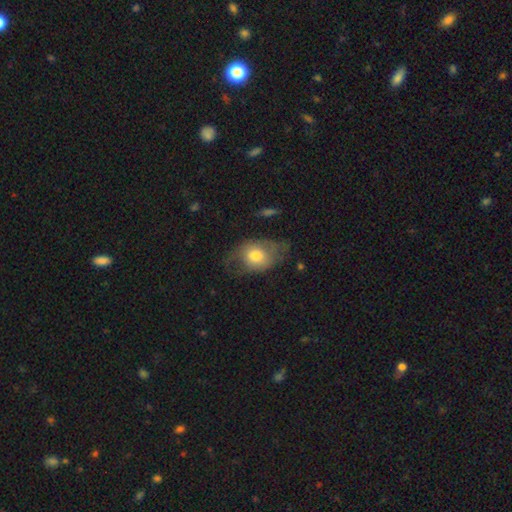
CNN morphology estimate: This appears to be a smooth galaxy with no disk features (62%) that is in between round and cigar-shaped (67%). Merging: none (40%).